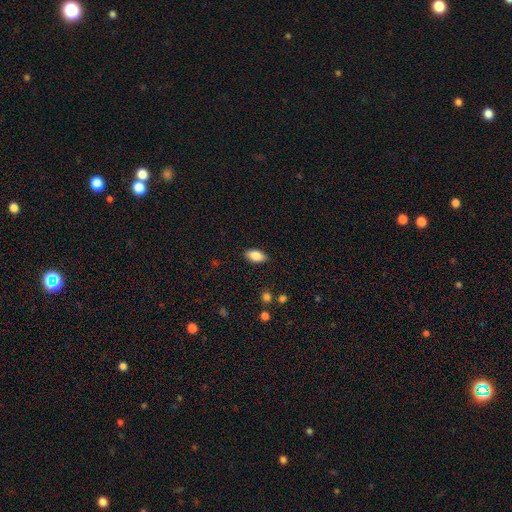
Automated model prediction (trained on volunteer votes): smooth_or_featured: smooth (p=0.84) [alt: featured or disk p=0.08]
how_rounded: in between (p=0.91) [alt: cigar-shaped p=0.05]
merging: none (p=0.87) [alt: minor disturbance p=0.10]